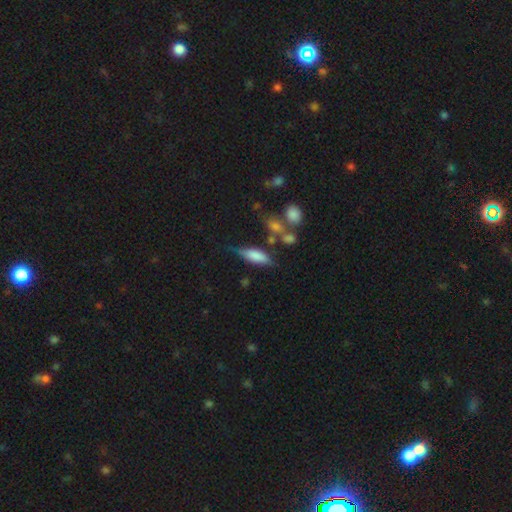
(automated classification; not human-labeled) Overall: smooth (72%). How rounded: in between (61%; cigar-shaped 36%). Merging: none (57%; minor disturbance 24%).